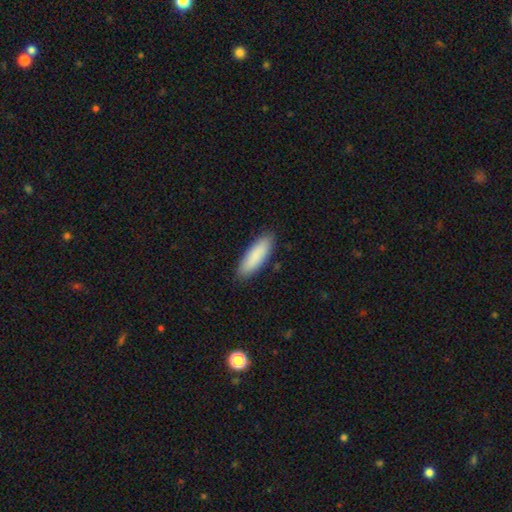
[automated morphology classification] This appears to be a smooth galaxy with no disk features (87%) that is in between round and cigar-shaped (51%). Merging: none (88%).